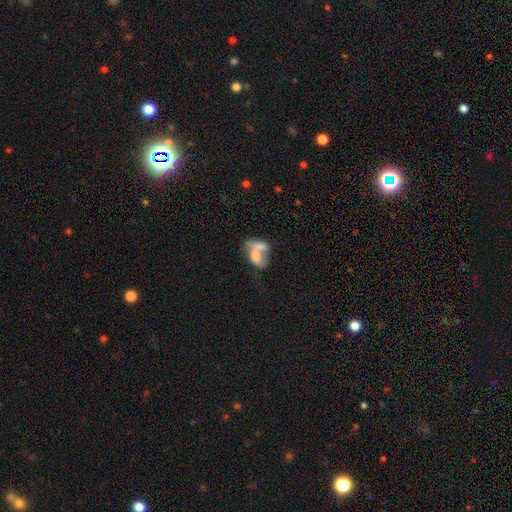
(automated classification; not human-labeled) Overall: smooth (62%; featured or disk 29%). How rounded: in between (81%). Merging: merger (69%).